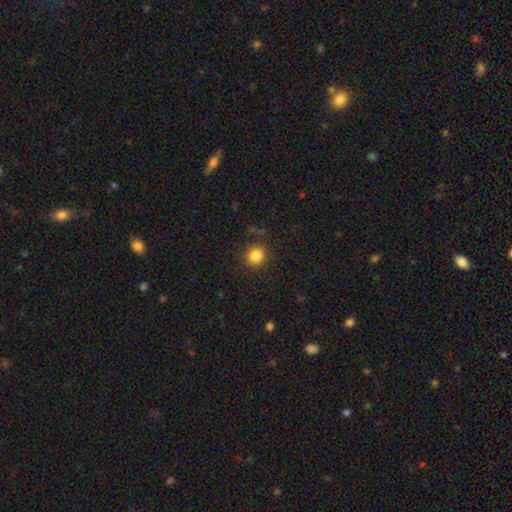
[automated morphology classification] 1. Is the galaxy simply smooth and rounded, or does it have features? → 84% smooth, 11% star or artifact, 4% featured or disk.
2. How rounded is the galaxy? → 90% round, 9% in between, 1% cigar-shaped.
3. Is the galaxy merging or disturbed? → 88% none, 8% minor disturbance, 3% major disturbance, 2% merger.